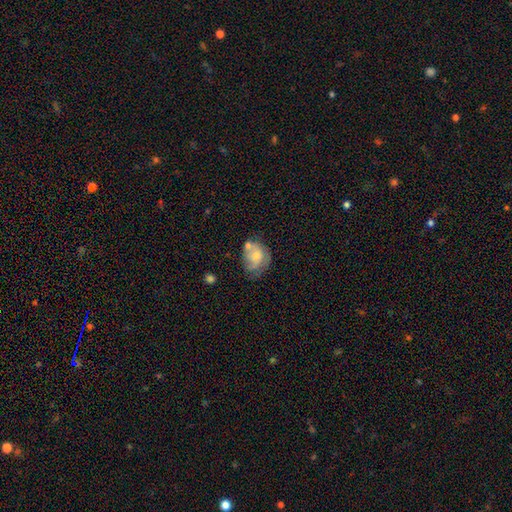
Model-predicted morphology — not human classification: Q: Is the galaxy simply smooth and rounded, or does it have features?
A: smooth — 51%.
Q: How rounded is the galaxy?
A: in between — 54%.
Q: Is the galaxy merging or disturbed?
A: none — 38%.